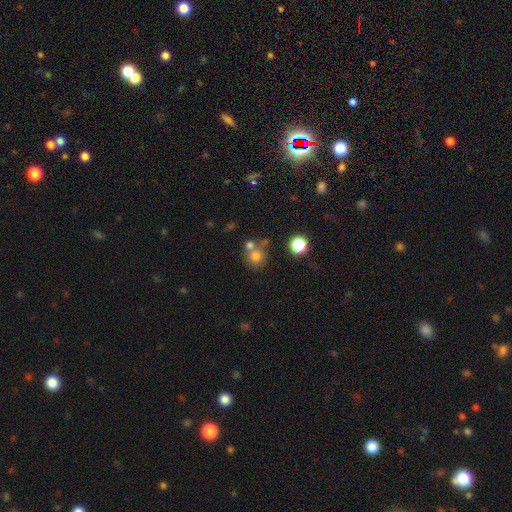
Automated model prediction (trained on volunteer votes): A smooth galaxy with no disk features (74%) that is round (87%).

Vote fractions:
- Smooth or featured? smooth: 74% / star or artifact: 15% / featured or disk: 11%
- How rounded? round: 87% / in between: 12% / cigar-shaped: 1%
- Merging? none: 52% / merger: 34% / minor disturbance: 9% / major disturbance: 5%